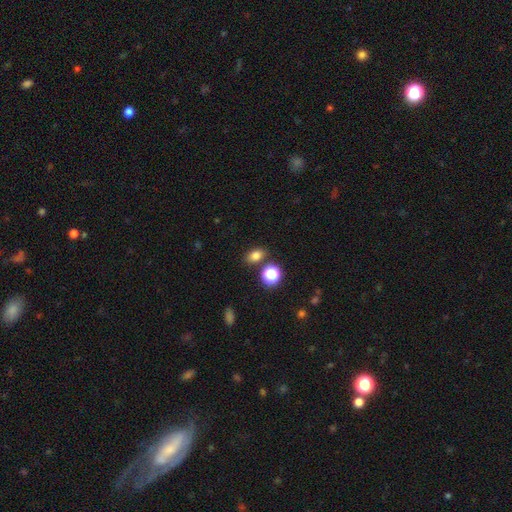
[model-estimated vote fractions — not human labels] smooth_or_featured: smooth (p=0.78) [alt: star or artifact p=0.16]
how_rounded: in between (p=0.70) [alt: round p=0.29]
merging: none (p=0.78) [alt: minor disturbance p=0.10]